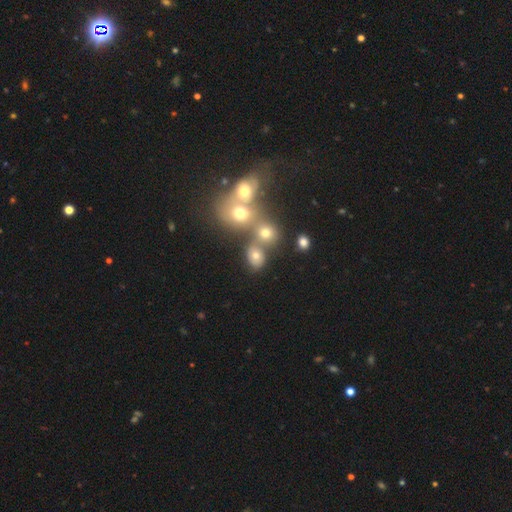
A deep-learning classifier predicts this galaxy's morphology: This is likely a smooth galaxy (66%). How rounded: possibly round (56%). Merging: possibly none (51%).